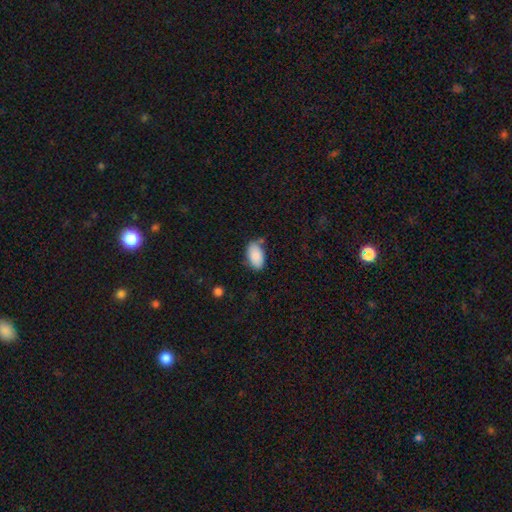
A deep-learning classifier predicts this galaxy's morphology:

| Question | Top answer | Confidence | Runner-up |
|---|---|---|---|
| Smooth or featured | smooth | 88% | star or artifact (6%) |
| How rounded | in between | 94% | round (4%) |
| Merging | none | 72% | minor disturbance (19%) |